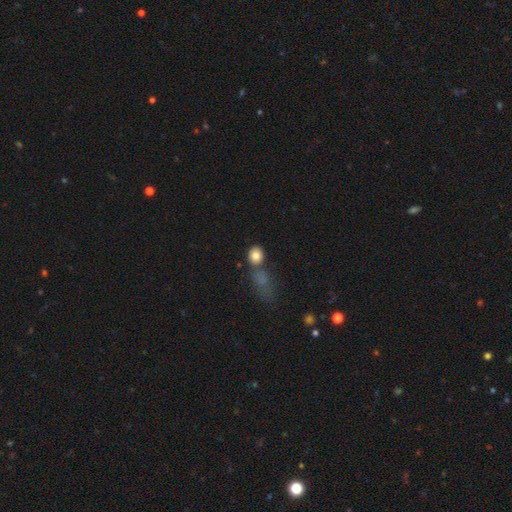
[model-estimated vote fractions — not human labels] Overall: smooth (81%). How rounded: round (63%; in between 35%). Merging: none (61%).